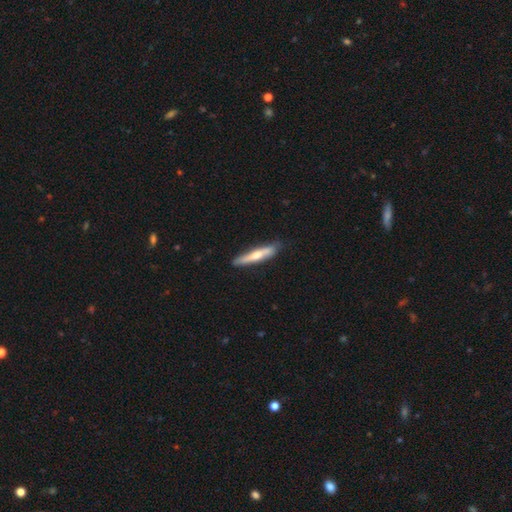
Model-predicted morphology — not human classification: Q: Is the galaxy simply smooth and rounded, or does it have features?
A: smooth — 50%.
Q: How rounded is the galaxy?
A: cigar-shaped — 90%.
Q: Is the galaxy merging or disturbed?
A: none — 80%.